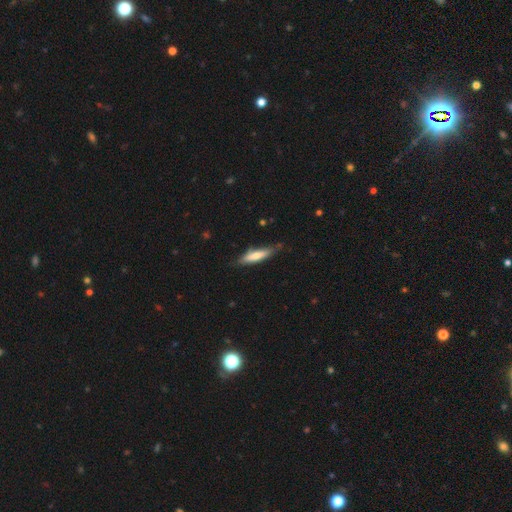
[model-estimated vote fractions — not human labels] smooth_or_featured: smooth (p=0.65) [alt: featured or disk p=0.29]
how_rounded: cigar-shaped (p=0.76) [alt: in between p=0.23]
merging: none (p=0.74) [alt: minor disturbance p=0.20]